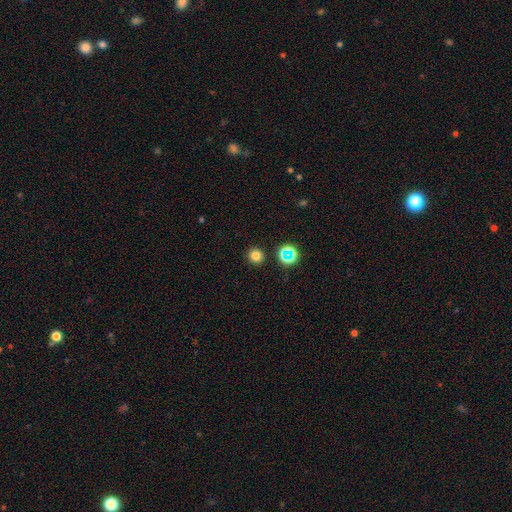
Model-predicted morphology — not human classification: smooth_or_featured: smooth (p=0.78) [alt: star or artifact p=0.17]
how_rounded: round (p=0.93) [alt: in between p=0.06]
merging: none (p=0.91) [alt: minor disturbance p=0.05]